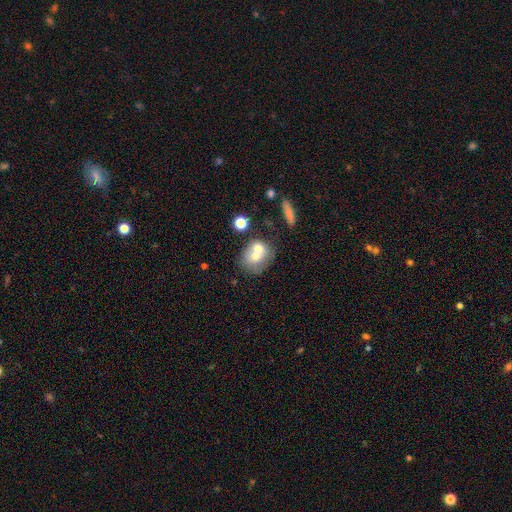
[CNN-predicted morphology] Smooth or featured? smooth (61%)
How rounded? round (62%)
Merging? merger (58%)